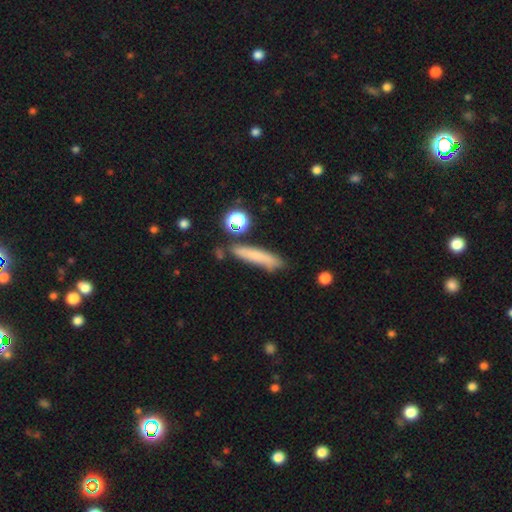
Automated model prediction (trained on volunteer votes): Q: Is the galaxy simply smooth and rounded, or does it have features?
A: smooth — 73%.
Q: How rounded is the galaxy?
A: cigar-shaped — 86%.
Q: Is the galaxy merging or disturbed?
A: none — 75%.